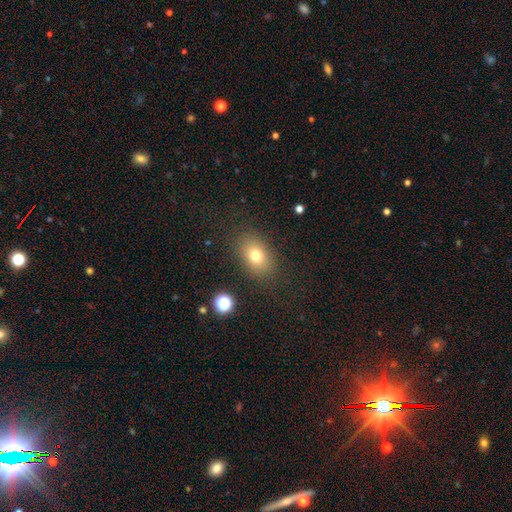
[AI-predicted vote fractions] Smooth or featured? Predicted: smooth (p=0.76). How rounded? Predicted: in between (p=0.76). Merging? Predicted: none (p=0.85).